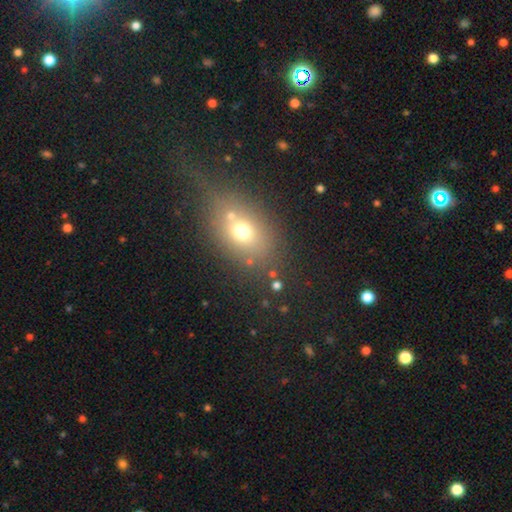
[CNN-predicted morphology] The model was most divided on "merging": none: 48%, merger: 25%, minor disturbance: 16%, major disturbance: 11%. More confident: how rounded — in between (63%); smooth or featured — smooth (61%).